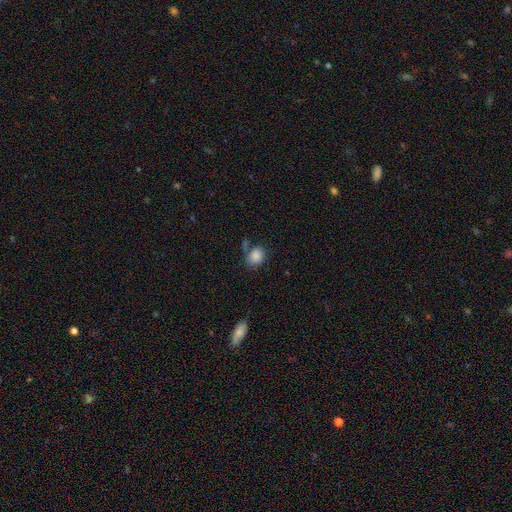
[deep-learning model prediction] A smooth galaxy with no disk features (86%) that is round (56%). Merging: none (63%).